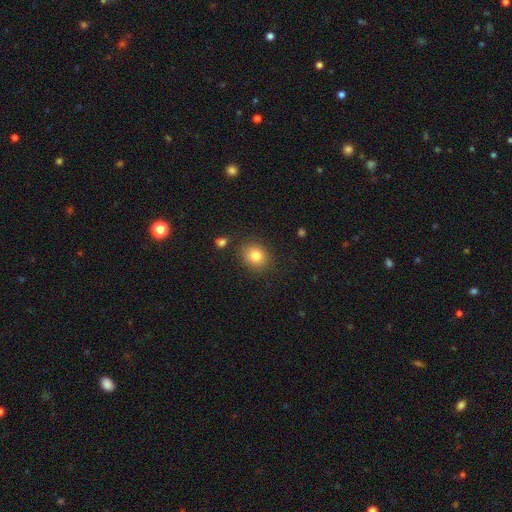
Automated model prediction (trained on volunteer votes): This appears to be a smooth galaxy with no disk features (81%) that is round (74%). Merging: none (86%).